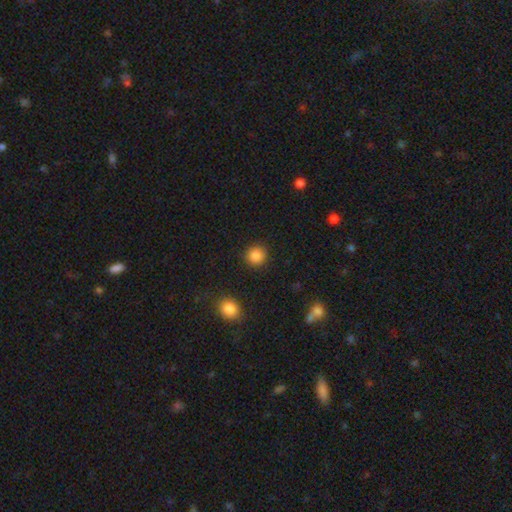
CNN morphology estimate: The model was most divided on "smooth or featured": smooth: 87%, star or artifact: 10%, featured or disk: 4%. More confident: how rounded — round (92%); merging — none (90%).